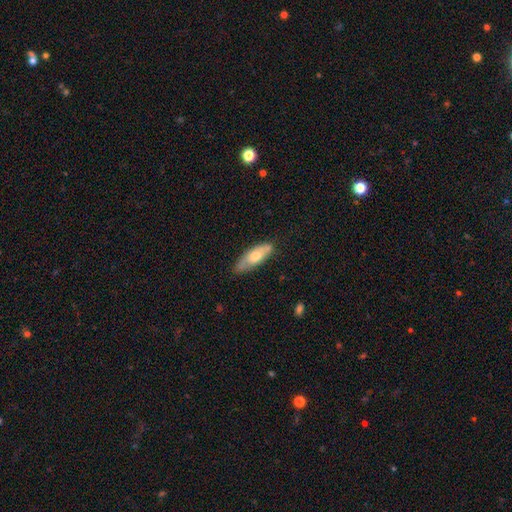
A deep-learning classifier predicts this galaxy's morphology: Overall: smooth (61%; featured or disk 33%). How rounded: in between (63%; cigar-shaped 34%). Merging: none (71%).